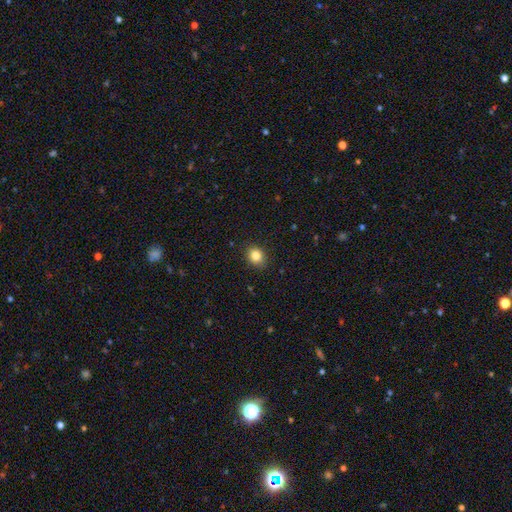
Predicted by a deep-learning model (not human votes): Q: Smooth or featured?
A: smooth (84%); runner-up: star or artifact (10%)
Q: How rounded?
A: round (65%); runner-up: in between (34%)
Q: Merging?
A: none (89%); runner-up: minor disturbance (8%)